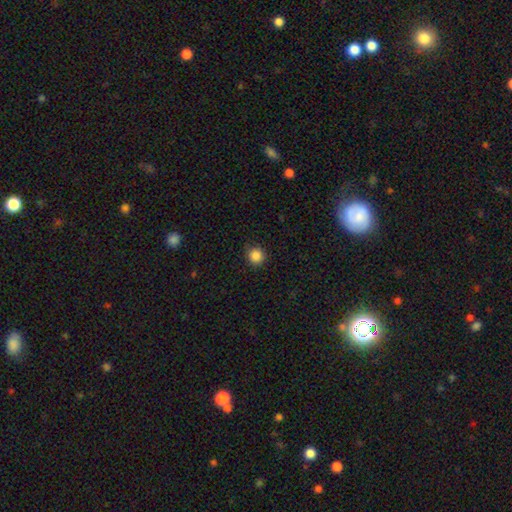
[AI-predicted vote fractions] This is clearly a smooth galaxy (86%). How rounded: clearly round (93%). Merging: clearly none (87%).